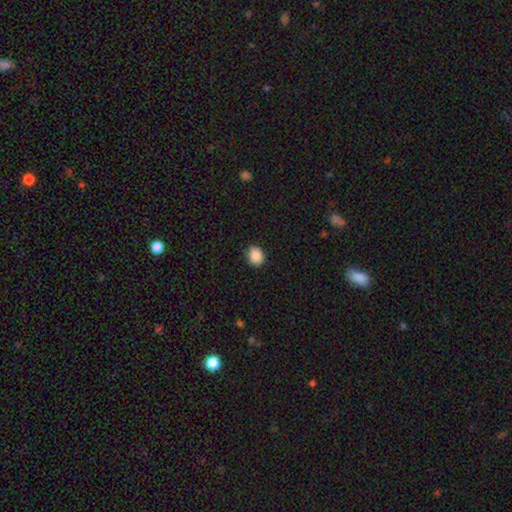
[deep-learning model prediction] A smooth galaxy with no disk features (89%) that is round (58%). Merging: none (88%).